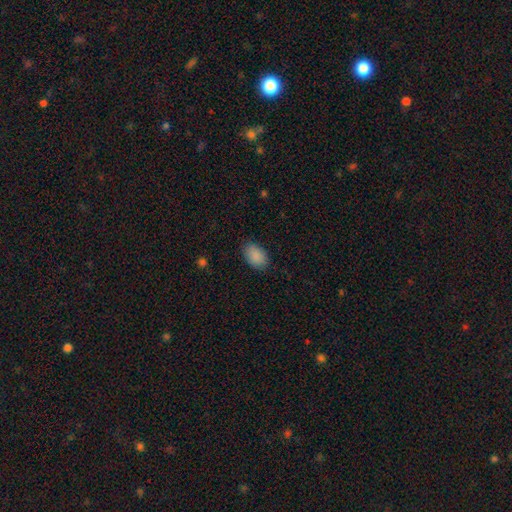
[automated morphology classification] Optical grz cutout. It shows a smooth galaxy with no disk features (89%) that is in between round and cigar-shaped (90%). Merging: none (84%).